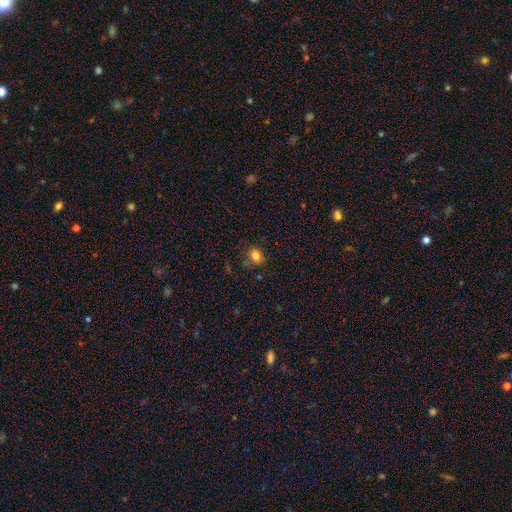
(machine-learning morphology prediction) The model was most divided on "how rounded": in between: 57%, round: 42%, cigar-shaped: 1%. More confident: smooth or featured — smooth (81%); merging — none (75%).